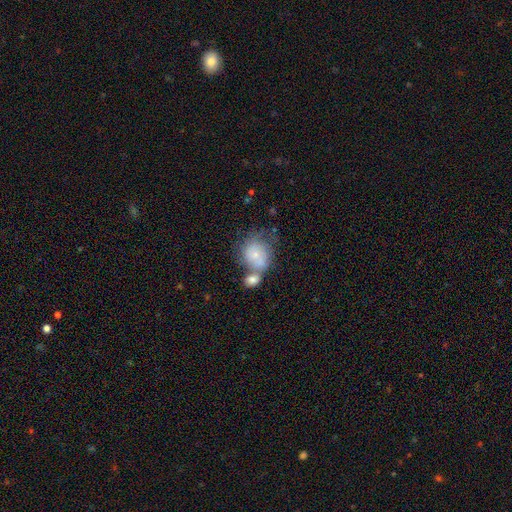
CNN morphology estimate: Smooth or featured? Predicted: smooth (p=0.69). How rounded? Predicted: round (p=0.65). Merging? Predicted: merger (p=0.47).